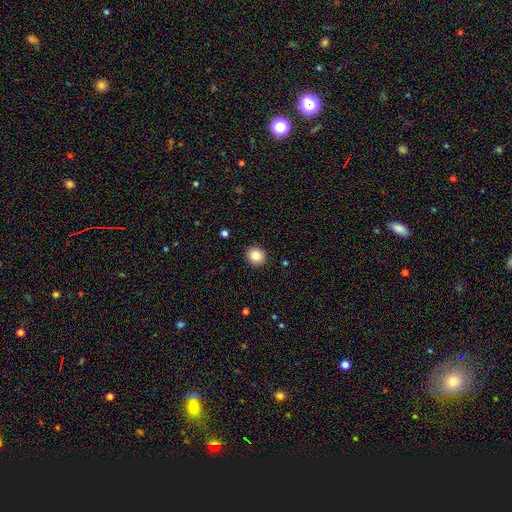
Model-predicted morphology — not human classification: A smooth galaxy with no disk features (85%) that is round (86%). Merging: none (92%).